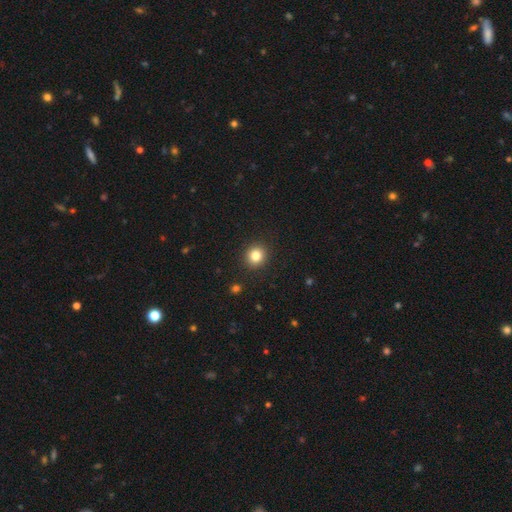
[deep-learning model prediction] A smooth galaxy with no disk features (83%) that is round (88%). Merging: none (91%).